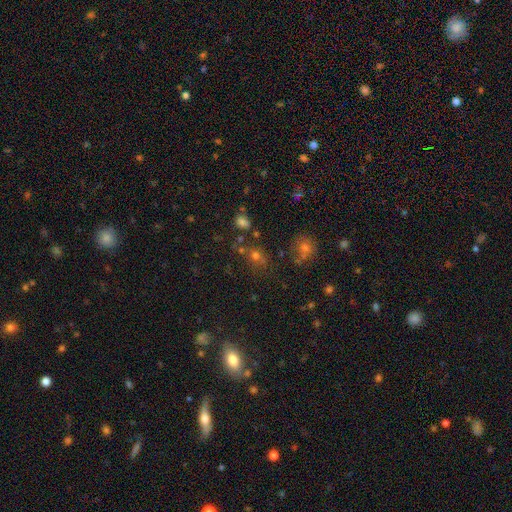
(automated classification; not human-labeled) Overall: smooth (61%; star or artifact 30%). How rounded: round (66%; in between 33%). Merging: none (65%).